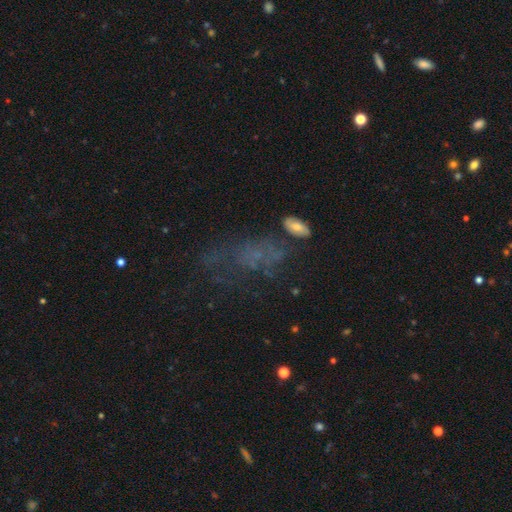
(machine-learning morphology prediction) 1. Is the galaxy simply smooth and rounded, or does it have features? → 39% smooth, 32% featured or disk, 29% star or artifact.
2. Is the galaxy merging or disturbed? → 35% none, 32% major disturbance, 20% minor disturbance, 13% merger.